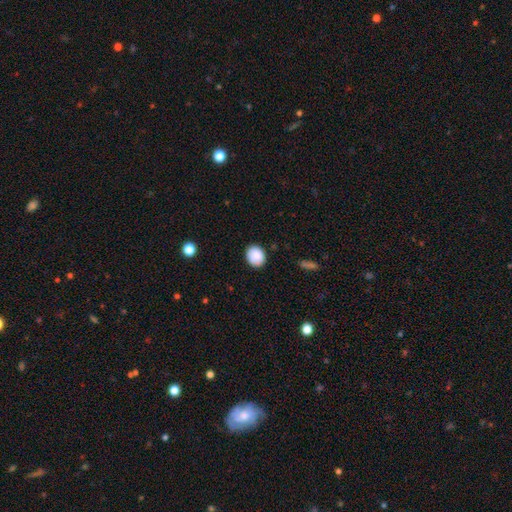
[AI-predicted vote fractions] smooth_or_featured: smooth (p=0.88) [alt: star or artifact p=0.07]
how_rounded: round (p=0.58) [alt: in between p=0.41]
merging: none (p=0.86) [alt: minor disturbance p=0.10]